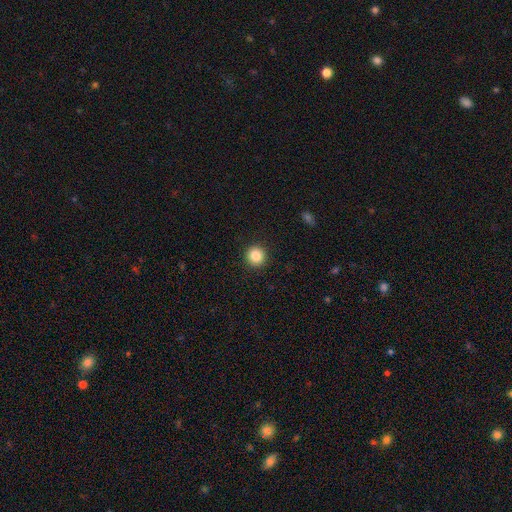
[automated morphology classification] A smooth galaxy with no disk features (86%) that is round (94%).

Vote fractions:
- Smooth or featured? smooth: 86% / star or artifact: 10% / featured or disk: 5%
- How rounded? round: 94% / in between: 5% / cigar-shaped: 1%
- Merging? none: 93% / minor disturbance: 5% / major disturbance: 2% / merger: 1%